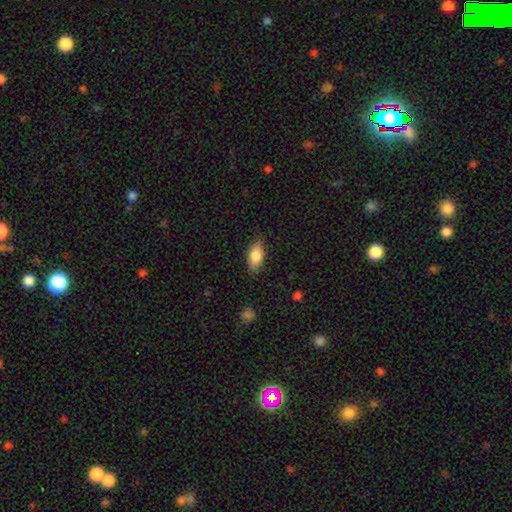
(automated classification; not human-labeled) Smooth or featured: smooth — 84% (featured or disk — 10%)
How rounded: in between — 87% (cigar-shaped — 10%)
Merging: none — 82% (minor disturbance — 14%)